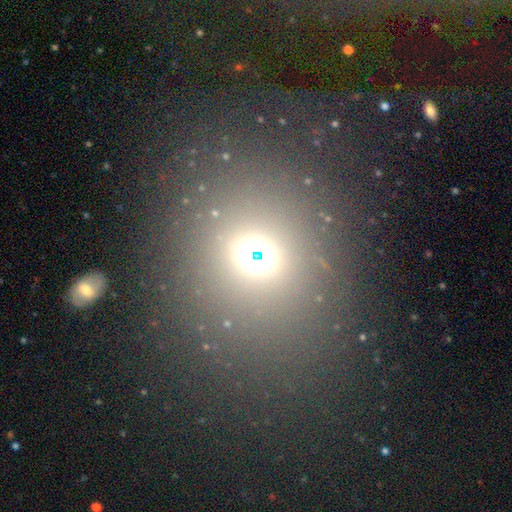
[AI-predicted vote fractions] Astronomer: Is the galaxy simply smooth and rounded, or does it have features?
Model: smooth — 56%.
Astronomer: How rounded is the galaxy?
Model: round — 72%.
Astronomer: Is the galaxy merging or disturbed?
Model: none — 78%.